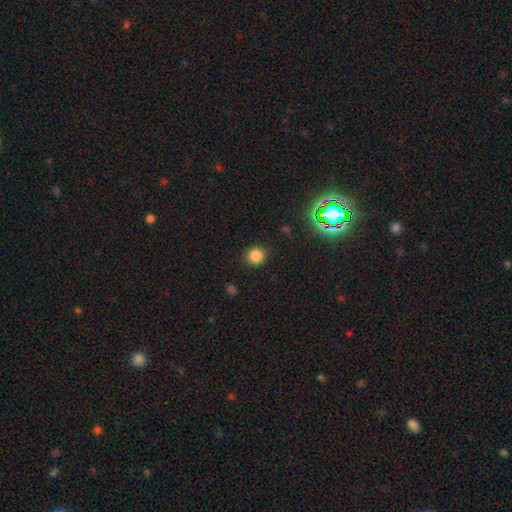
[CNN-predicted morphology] Smooth or featured: smooth — 82% (star or artifact — 14%)
How rounded: round — 92% (in between — 7%)
Merging: none — 90% (minor disturbance — 6%)